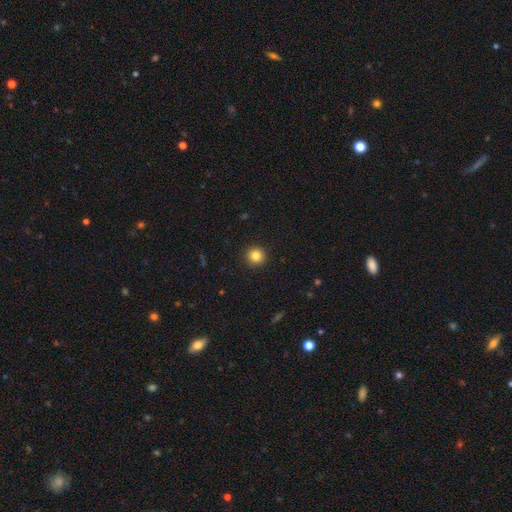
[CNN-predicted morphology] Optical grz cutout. It shows a smooth galaxy with no disk features (84%) that is round (95%). Merging: none (93%).